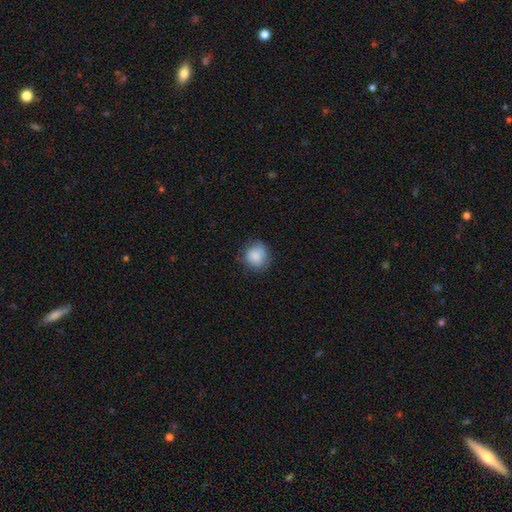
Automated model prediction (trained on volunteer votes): Overall: smooth (85%). How rounded: round (89%). Merging: none (79%).